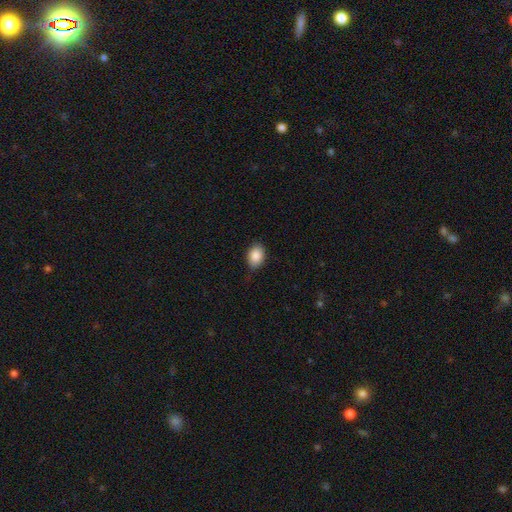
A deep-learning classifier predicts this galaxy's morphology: The model was most divided on "how rounded": in between: 77%, round: 22%, cigar-shaped: 1%. More confident: smooth or featured — smooth (88%); merging — none (79%).